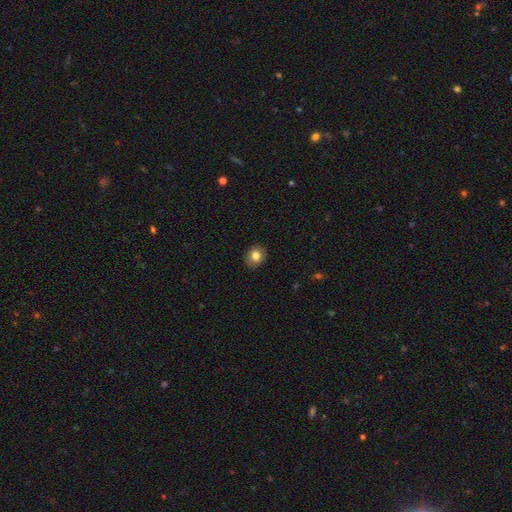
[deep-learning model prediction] Smooth or featured? smooth (81%)
How rounded? round (62%)
Merging? none (87%)